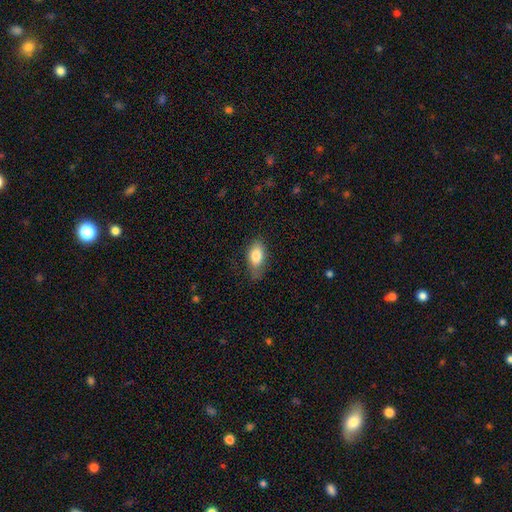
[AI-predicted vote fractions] smooth-or-featured: smooth: 80% | featured or disk: 13% | star or artifact: 7%
  how-rounded: in between: 89% | round: 7% | cigar-shaped: 4%
  merging: none: 65% | minor disturbance: 27% | major disturbance: 7% | merger: 1%